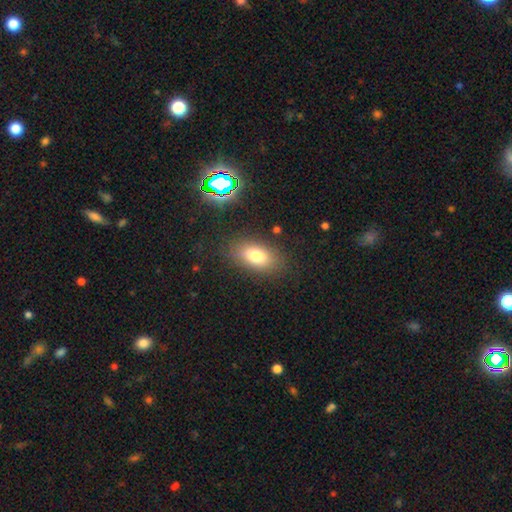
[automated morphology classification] A smooth galaxy with no disk features (76%) that is in between round and cigar-shaped (88%). Merging: none (82%).